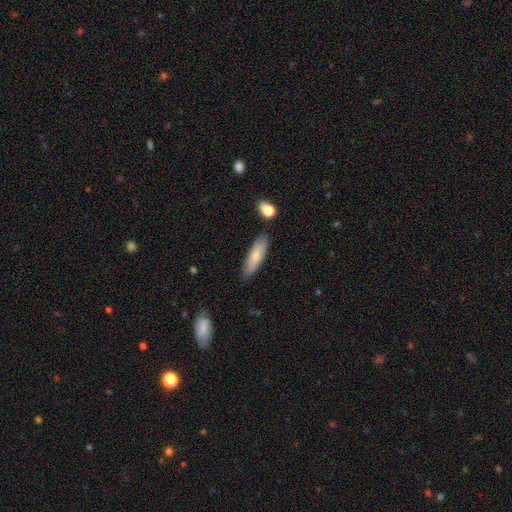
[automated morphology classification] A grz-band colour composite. It shows a smooth galaxy with no disk features (74%) that is cigar-shaped (51%). Merging: none (81%).